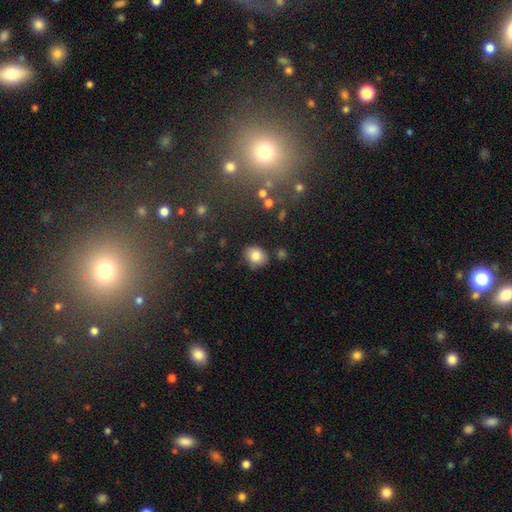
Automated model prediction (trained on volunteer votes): A smooth galaxy with no disk features (83%) that is round (66%).

Vote fractions:
- Smooth or featured? smooth: 83% / star or artifact: 10% / featured or disk: 7%
- How rounded? round: 66% / in between: 33% / cigar-shaped: 1%
- Merging? none: 80% / minor disturbance: 13% / merger: 4% / major disturbance: 3%